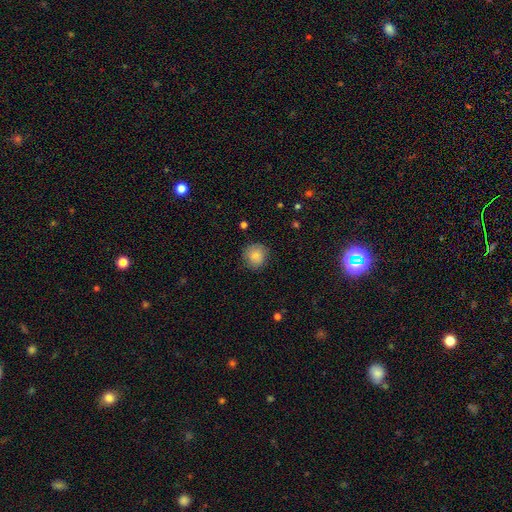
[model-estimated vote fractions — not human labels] This appears to be a smooth galaxy with no disk features (84%) that is round (89%). Merging: none (82%).